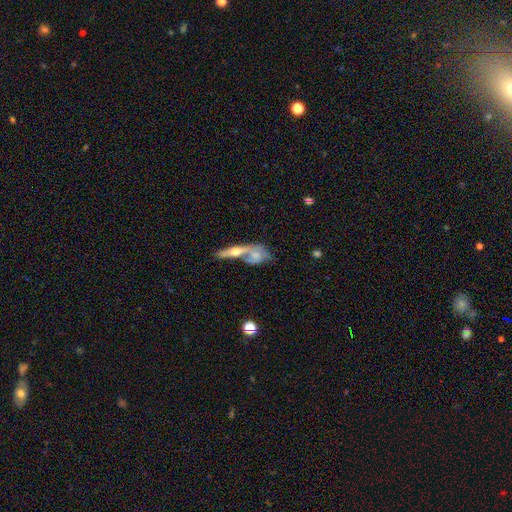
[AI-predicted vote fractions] Smooth or featured?
  - featured or disk: 52% *
  - smooth: 40%
  - star or artifact: 8%
Edge-on disk?
  - no: 52% *
  - yes: 48%
Merging?
  - merger: 55% *
  - none: 26%
  - minor disturbance: 11%
  - major disturbance: 8%